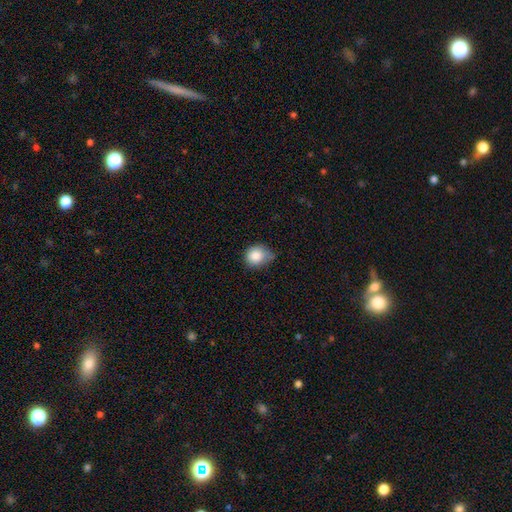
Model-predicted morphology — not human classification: type=smooth (84%); roundness=round (72%); merging=none (45%).